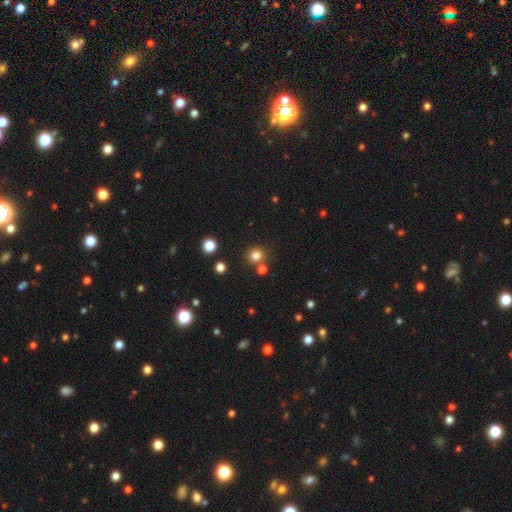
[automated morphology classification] Smooth or featured? smooth (79%)
How rounded? round (91%)
Merging? none (78%)